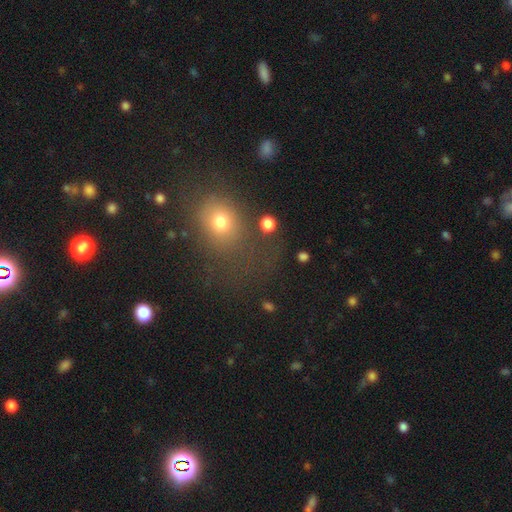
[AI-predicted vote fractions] Smooth or featured? smooth (57%)
How rounded? round (60%)
Merging? none (76%)